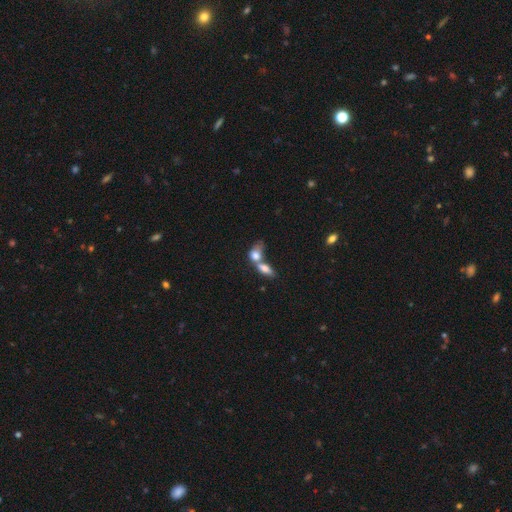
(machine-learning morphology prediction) Overall: smooth (74%). How rounded: in between (72%). Merging: merger (70%).